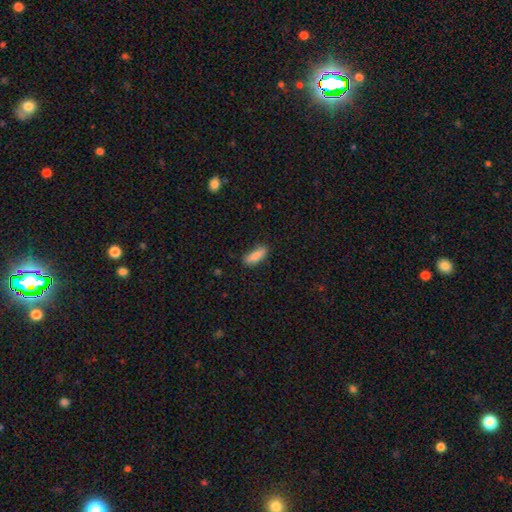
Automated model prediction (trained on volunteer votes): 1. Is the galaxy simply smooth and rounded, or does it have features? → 86% smooth, 7% star or artifact, 7% featured or disk.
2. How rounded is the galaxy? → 65% in between, 33% cigar-shaped, 2% round.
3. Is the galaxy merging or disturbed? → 78% none, 17% minor disturbance, 3% major disturbance, 2% merger.